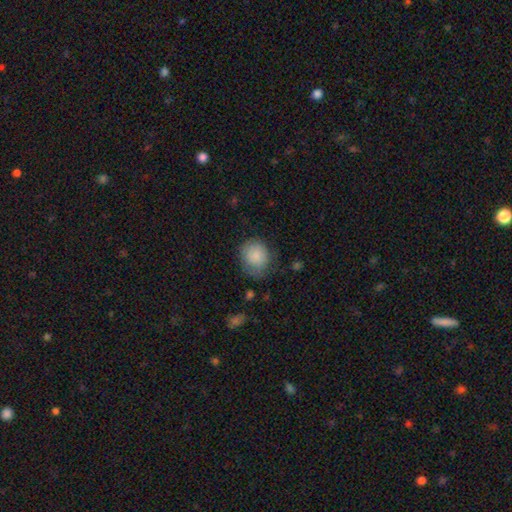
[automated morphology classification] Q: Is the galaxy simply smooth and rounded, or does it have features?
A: smooth — 85%.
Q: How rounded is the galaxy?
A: round — 73%.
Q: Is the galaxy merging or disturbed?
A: none — 66%.